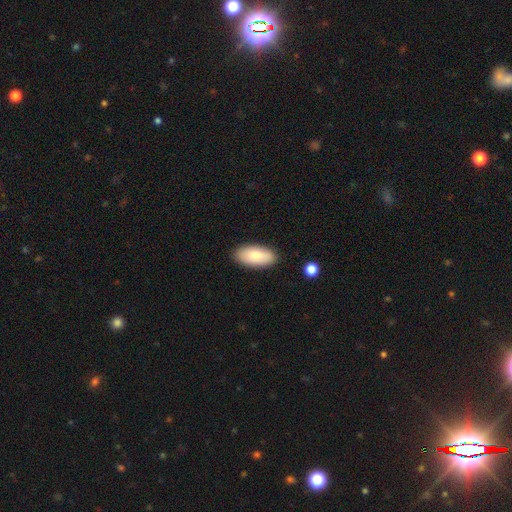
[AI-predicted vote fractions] This is clearly a smooth galaxy (82%). How rounded: clearly in between (92%). Merging: clearly none (87%).